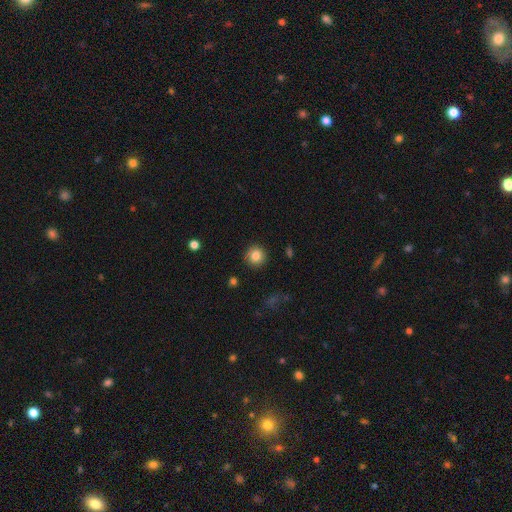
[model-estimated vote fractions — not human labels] smooth_or_featured: smooth (p=0.83) [alt: star or artifact p=0.10]
how_rounded: round (p=0.94) [alt: in between p=0.05]
merging: none (p=0.90) [alt: minor disturbance p=0.06]